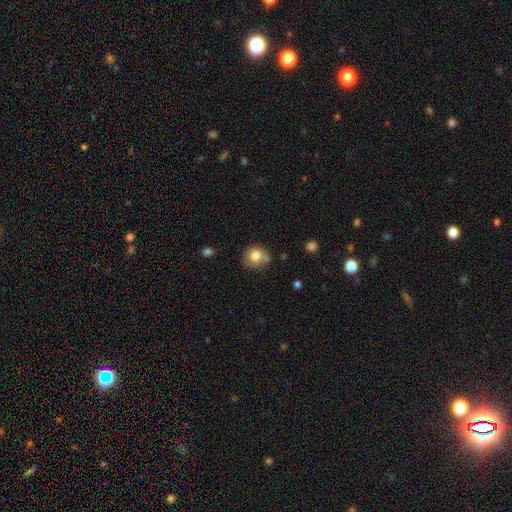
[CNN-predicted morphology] Smooth or featured?
  - smooth: 79% *
  - featured or disk: 11%
  - star or artifact: 10%
How rounded?
  - round: 84% *
  - in between: 15%
  - cigar-shaped: 1%
Merging?
  - none: 61% *
  - minor disturbance: 20%
  - merger: 14%
  - major disturbance: 5%